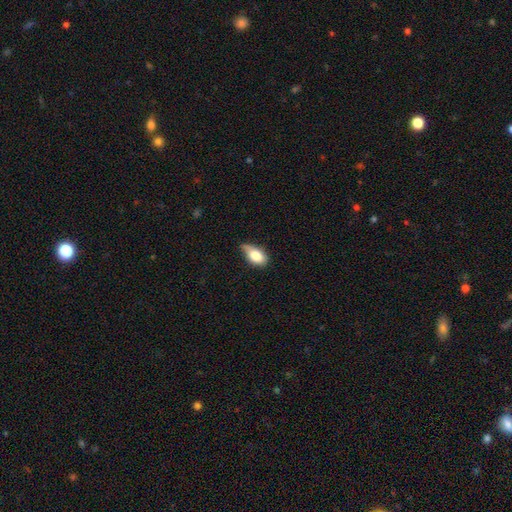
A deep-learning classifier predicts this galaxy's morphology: Overall: smooth (78%). How rounded: in between (88%). Merging: minor disturbance (47%; none 38%).